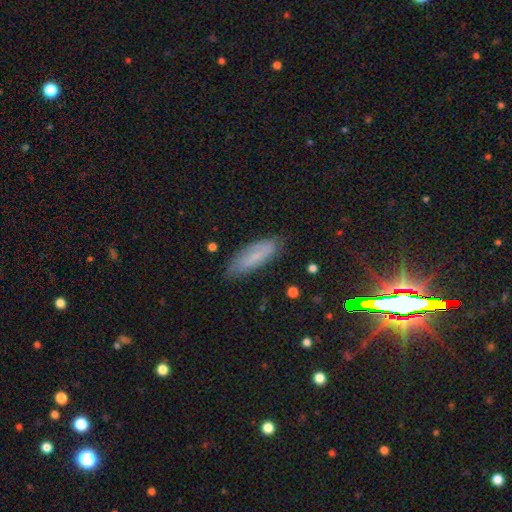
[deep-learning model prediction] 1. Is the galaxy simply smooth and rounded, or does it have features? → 64% smooth, 25% featured or disk, 11% star or artifact.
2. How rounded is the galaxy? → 56% in between, 42% cigar-shaped, 2% round.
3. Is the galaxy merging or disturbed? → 77% none, 18% minor disturbance, 4% major disturbance, 2% merger.